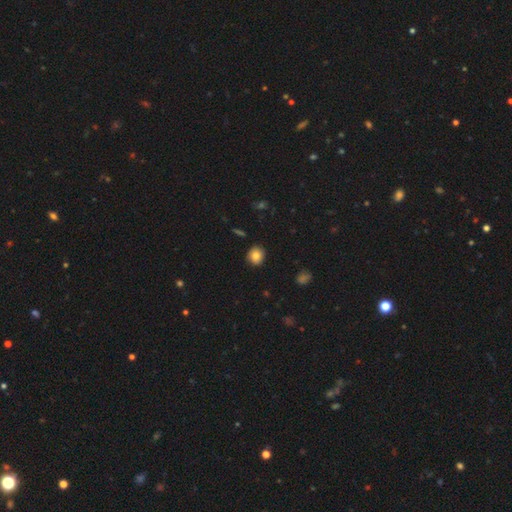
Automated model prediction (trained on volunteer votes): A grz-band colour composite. It shows a smooth galaxy with no disk features (81%) that is round (77%). Merging: none (89%).